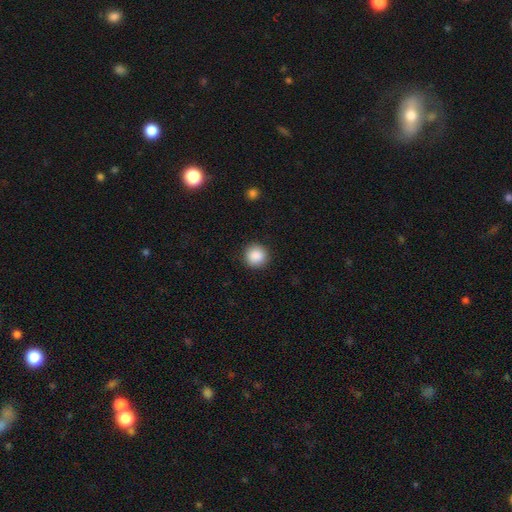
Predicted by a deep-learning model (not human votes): Smooth or featured? Predicted: smooth (p=0.88). How rounded? Predicted: round (p=0.94). Merging? Predicted: none (p=0.91).